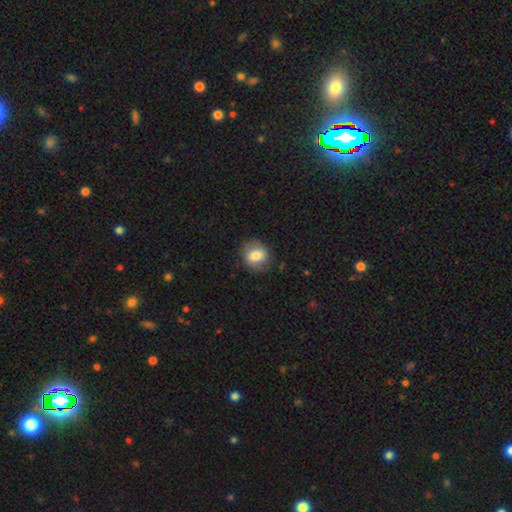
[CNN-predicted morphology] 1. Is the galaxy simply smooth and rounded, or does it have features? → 77% smooth, 14% featured or disk, 8% star or artifact.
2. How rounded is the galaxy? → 66% round, 33% in between, 1% cigar-shaped.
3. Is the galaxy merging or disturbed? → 82% none, 13% minor disturbance, 4% major disturbance, 1% merger.